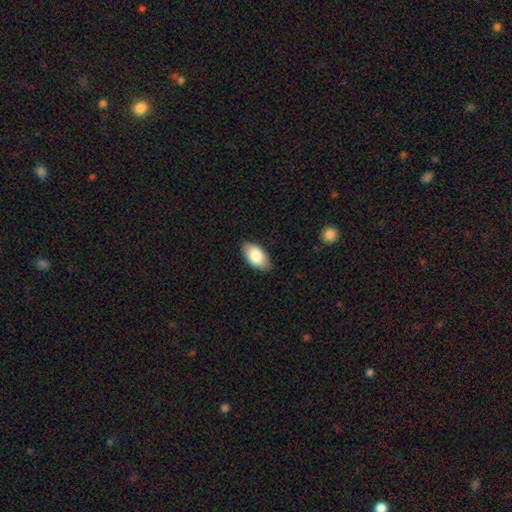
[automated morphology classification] Smooth or featured: smooth — 84% (featured or disk — 11%)
How rounded: in between — 95% (round — 3%)
Merging: none — 85% (minor disturbance — 12%)